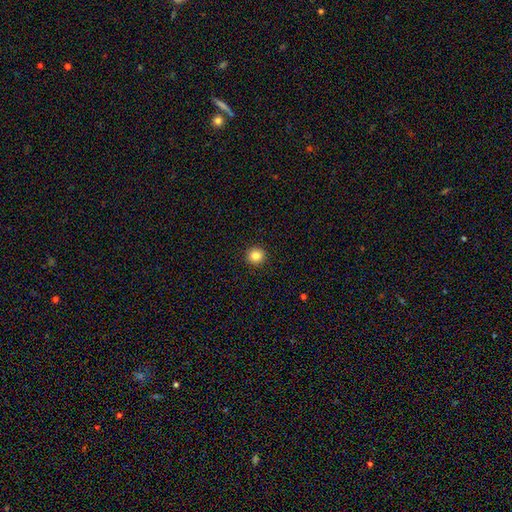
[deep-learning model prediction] Morphology: type=smooth (84%); roundness=round (95%); merging=none (93%).